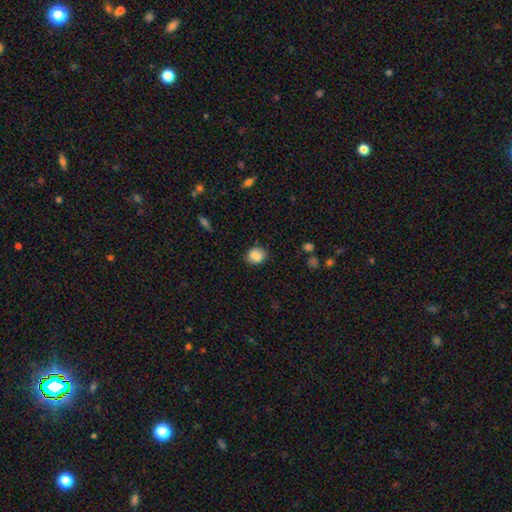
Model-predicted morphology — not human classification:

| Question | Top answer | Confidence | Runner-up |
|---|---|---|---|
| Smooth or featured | smooth | 86% | star or artifact (9%) |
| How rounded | round | 66% | in between (33%) |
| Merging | none | 83% | minor disturbance (13%) |